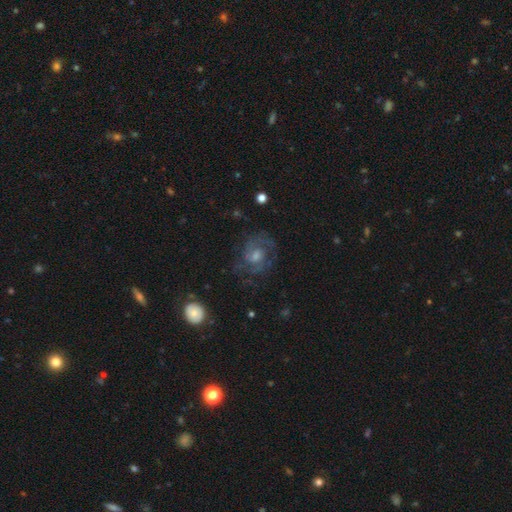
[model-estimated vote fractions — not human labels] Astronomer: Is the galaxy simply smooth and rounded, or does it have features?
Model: featured or disk — 74%.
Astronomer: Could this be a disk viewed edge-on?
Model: no — 97%.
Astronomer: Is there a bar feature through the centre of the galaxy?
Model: no — 55% (runner-up: weak, 39%).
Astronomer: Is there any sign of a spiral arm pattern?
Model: yes — 92%.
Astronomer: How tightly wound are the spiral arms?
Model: medium — 44%, tied with tight at 44%.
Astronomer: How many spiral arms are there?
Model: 2 — 53%.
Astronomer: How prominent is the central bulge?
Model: moderate — 52% (runner-up: small, 33%).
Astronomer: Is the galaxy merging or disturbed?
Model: none — 71%.